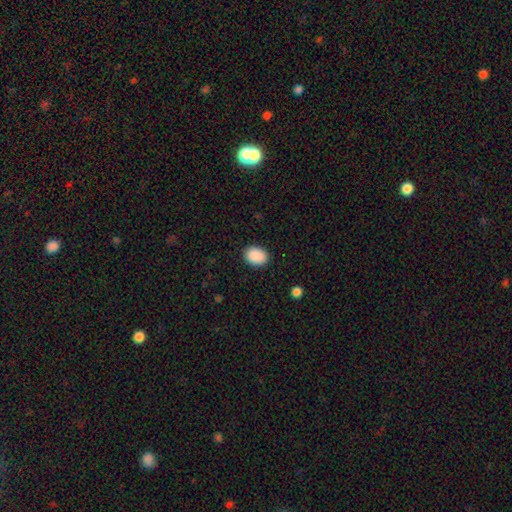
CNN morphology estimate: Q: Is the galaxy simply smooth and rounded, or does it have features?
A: smooth — 90%.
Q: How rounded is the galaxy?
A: in between — 65%.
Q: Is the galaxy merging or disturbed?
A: none — 87%.